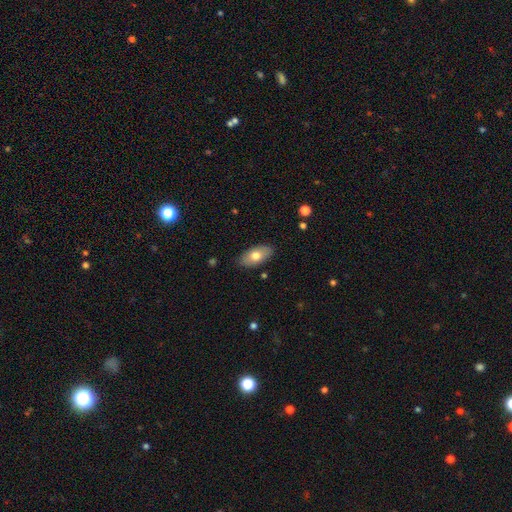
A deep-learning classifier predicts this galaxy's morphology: Q: Smooth or featured?
A: smooth (71%); runner-up: featured or disk (23%)
Q: How rounded?
A: in between (93%); runner-up: cigar-shaped (4%)
Q: Merging?
A: none (86%); runner-up: minor disturbance (10%)